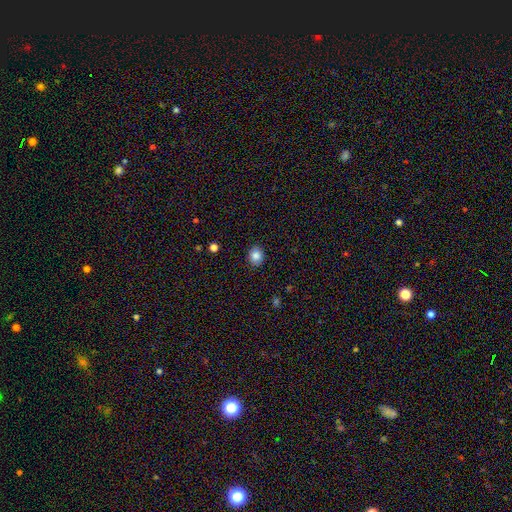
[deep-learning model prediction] Smooth or featured?
  - smooth: 84% *
  - star or artifact: 10%
  - featured or disk: 6%
How rounded?
  - round: 60% *
  - in between: 39%
  - cigar-shaped: 1%
Merging?
  - none: 89% *
  - minor disturbance: 8%
  - major disturbance: 2%
  - merger: 1%